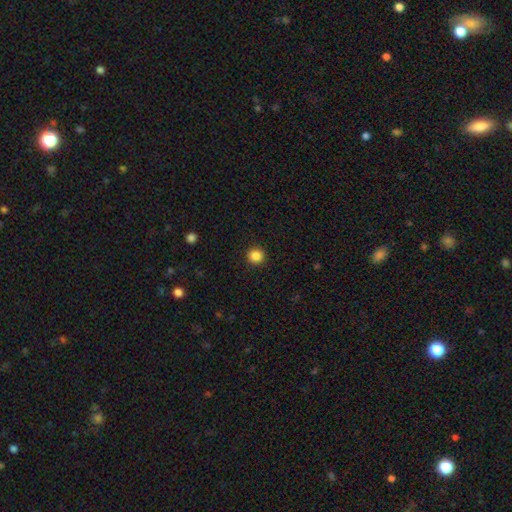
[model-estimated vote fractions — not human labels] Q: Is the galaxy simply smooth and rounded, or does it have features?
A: smooth — 85%.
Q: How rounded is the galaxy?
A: round — 93%.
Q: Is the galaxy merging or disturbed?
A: none — 93%.